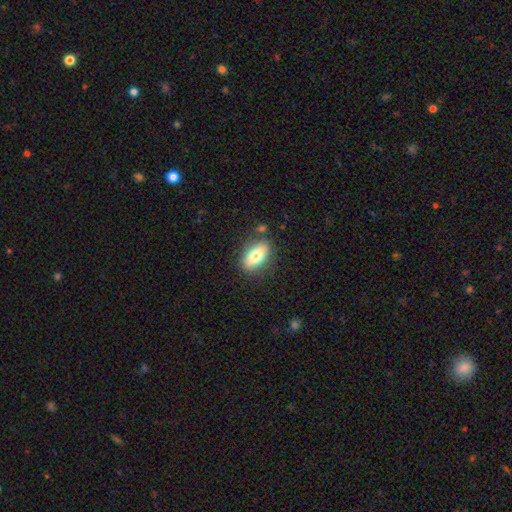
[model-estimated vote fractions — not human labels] This is likely a smooth galaxy (71%). How rounded: clearly in between (84%). Merging: clearly none (84%).